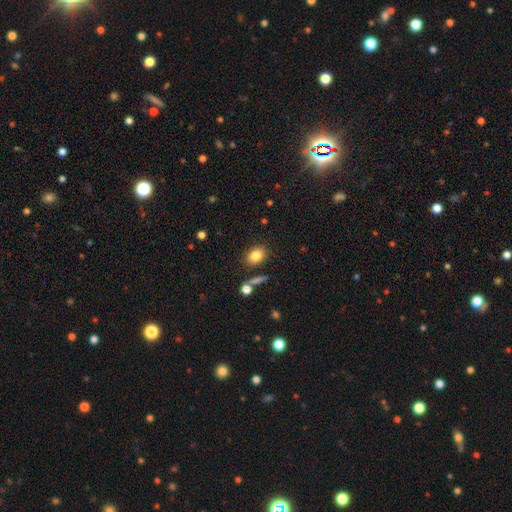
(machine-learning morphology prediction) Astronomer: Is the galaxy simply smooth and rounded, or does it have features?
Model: smooth — 84%.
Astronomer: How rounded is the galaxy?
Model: in between — 75%.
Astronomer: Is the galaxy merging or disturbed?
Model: none — 78%.